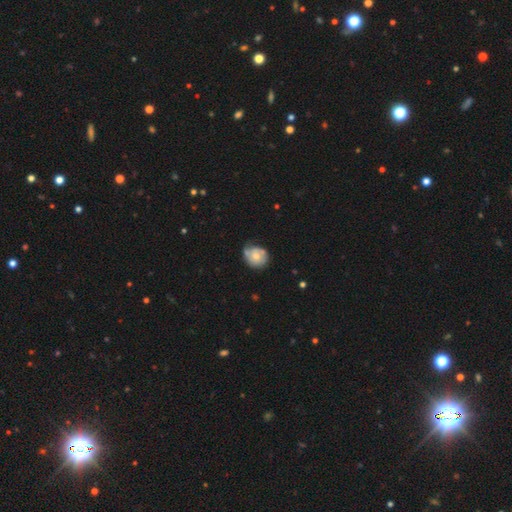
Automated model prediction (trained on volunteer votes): smooth_or_featured: featured or disk (p=0.49) [alt: smooth p=0.44]
merging: none (p=0.54) [alt: minor disturbance p=0.32]